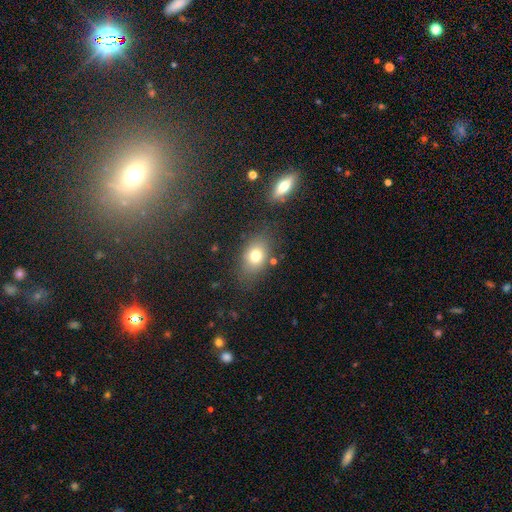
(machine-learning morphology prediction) smooth 75%, featured or disk 13%, star or artifact 11%. Down the decision tree: how rounded — in between (73%); merging — none (77%).